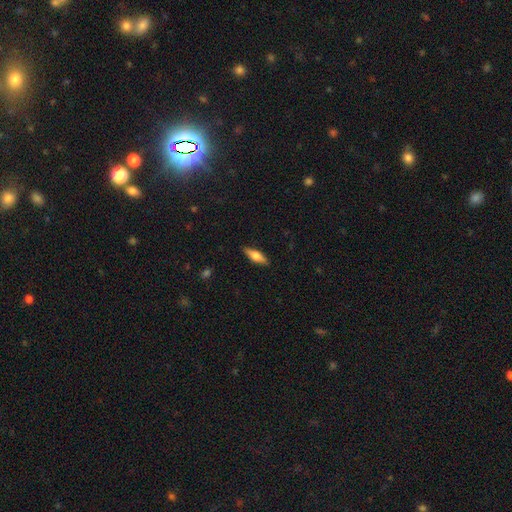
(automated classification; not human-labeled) The model was most divided on "how rounded": in between: 50%, cigar-shaped: 47%, round: 3%. More confident: merging — none (87%); smooth or featured — smooth (53%).